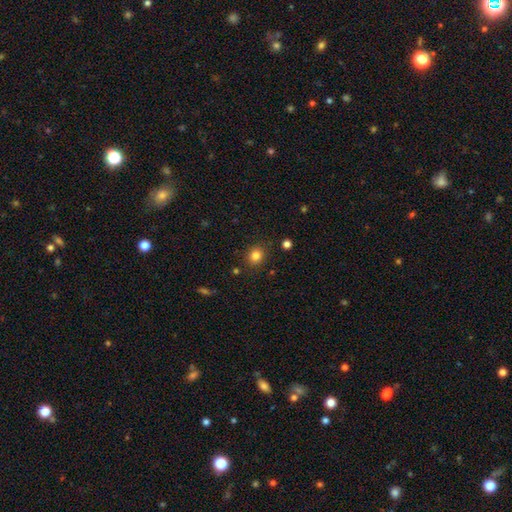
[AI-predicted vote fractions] Morphology: type=smooth (82%); roundness=round (81%); merging=none (87%).